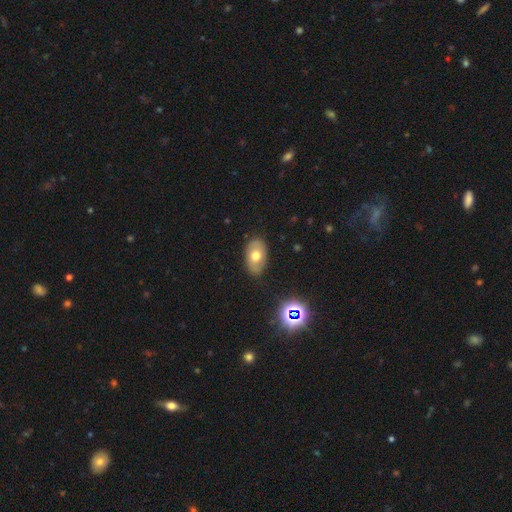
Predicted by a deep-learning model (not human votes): Smooth or featured? smooth (55%)
How rounded? in between (87%)
Merging? none (79%)